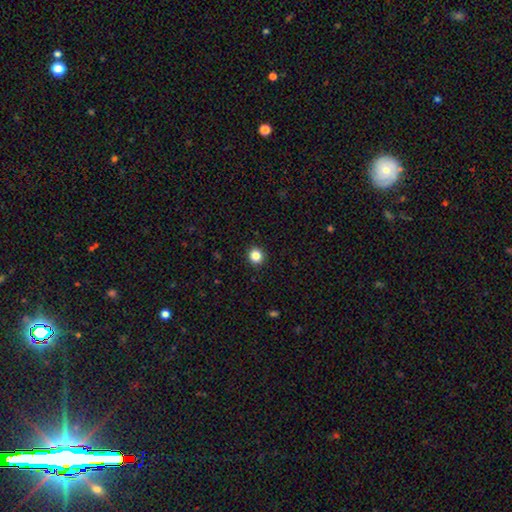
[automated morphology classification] smooth_or_featured: smooth (p=0.85) [alt: star or artifact p=0.11]
how_rounded: round (p=0.91) [alt: in between p=0.08]
merging: none (p=0.93) [alt: minor disturbance p=0.05]